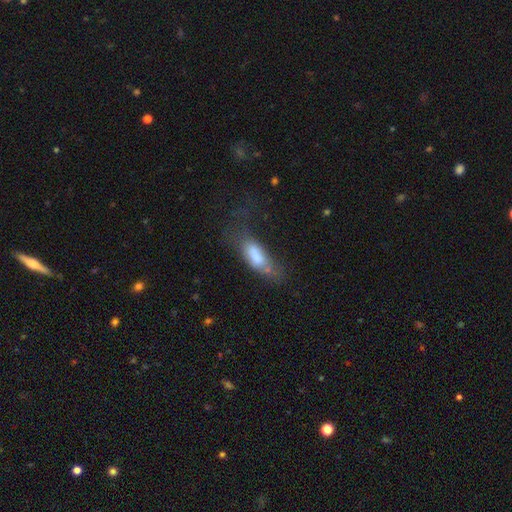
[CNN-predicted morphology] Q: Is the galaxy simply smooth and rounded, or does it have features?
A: smooth — 68%.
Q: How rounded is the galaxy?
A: in between — 71%.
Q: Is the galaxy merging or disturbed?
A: major disturbance — 33%.